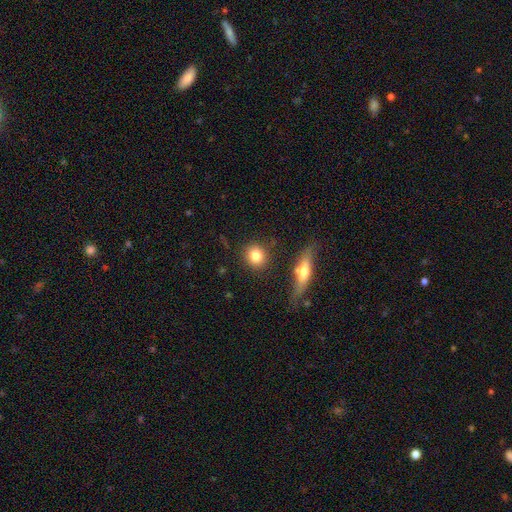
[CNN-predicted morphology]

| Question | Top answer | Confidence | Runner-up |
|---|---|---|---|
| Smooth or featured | smooth | 81% | featured or disk (11%) |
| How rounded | round | 82% | in between (15%) |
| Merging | none | 83% | minor disturbance (9%) |